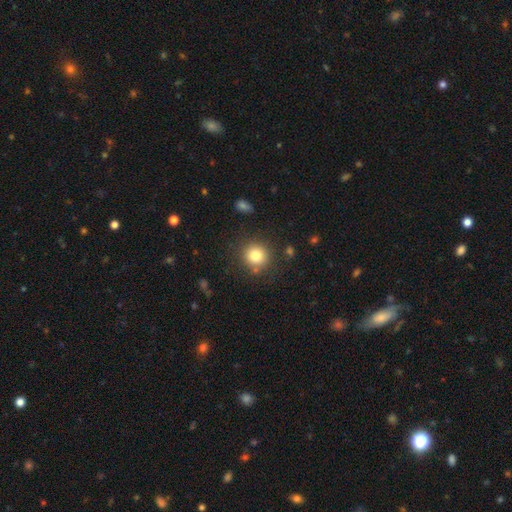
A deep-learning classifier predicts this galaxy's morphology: Smooth or featured: smooth — 81% (star or artifact — 11%)
How rounded: round — 92% (in between — 7%)
Merging: none — 84% (minor disturbance — 9%)